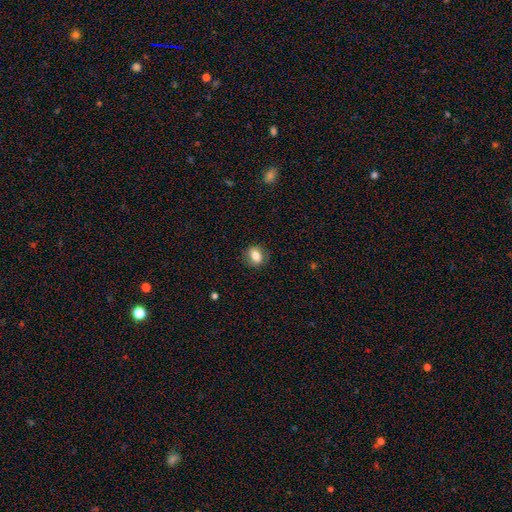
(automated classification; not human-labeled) This is likely a smooth galaxy (75%). How rounded: possibly round (53%). Merging: clearly none (83%).